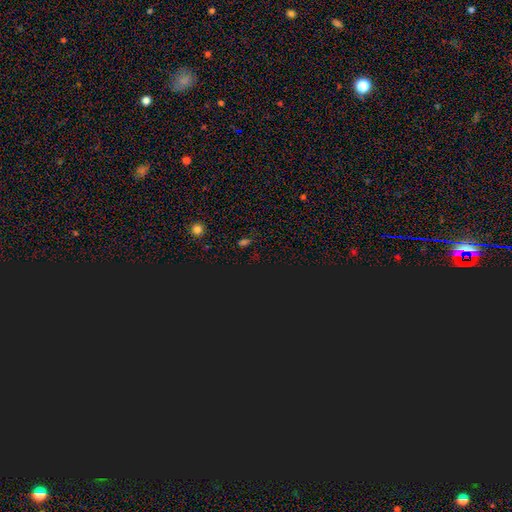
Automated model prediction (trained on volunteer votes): Smooth or featured: star or artifact — 63% (smooth — 30%)